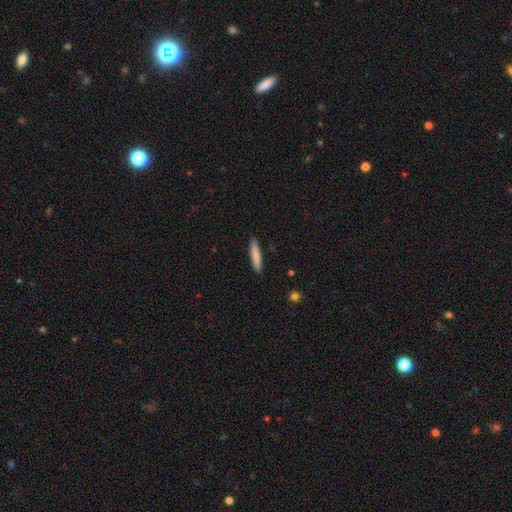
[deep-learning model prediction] Smooth or featured? Predicted: smooth (p=0.82). How rounded? Predicted: cigar-shaped (p=0.90). Merging? Predicted: none (p=0.90).